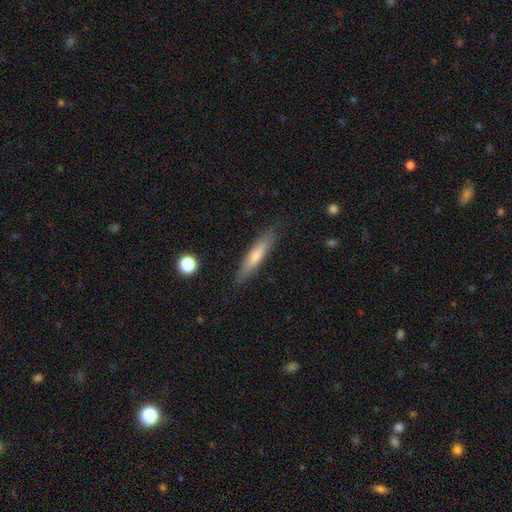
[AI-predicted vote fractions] Smooth or featured? Predicted: smooth (p=0.61). How rounded? Predicted: cigar-shaped (p=0.88). Merging? Predicted: none (p=0.86).